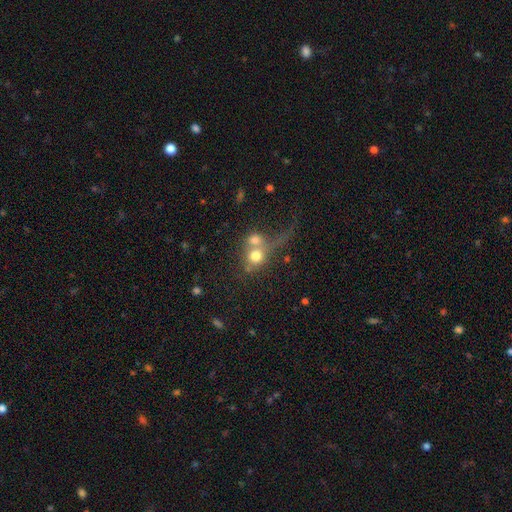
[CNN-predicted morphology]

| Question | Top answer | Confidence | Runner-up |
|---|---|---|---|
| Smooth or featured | smooth | 66% | featured or disk (21%) |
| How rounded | round | 76% | in between (22%) |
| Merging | merger | 61% | none (20%) |